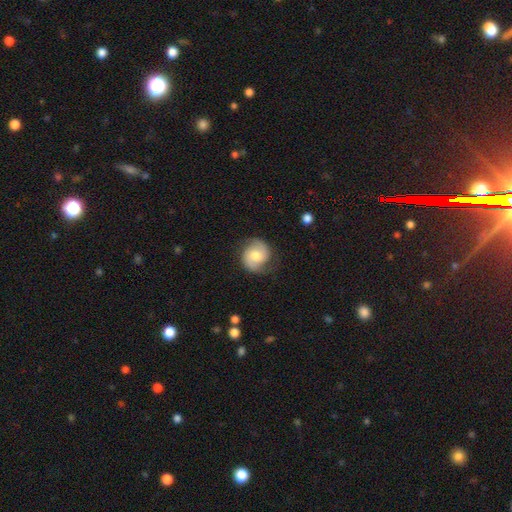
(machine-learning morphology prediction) A featured or disk galaxy (62%) with no bar (58%), 2 (87%) medium (45%) spiral arms (91%) and a moderate central bulge (65%). Merging: none (75%).